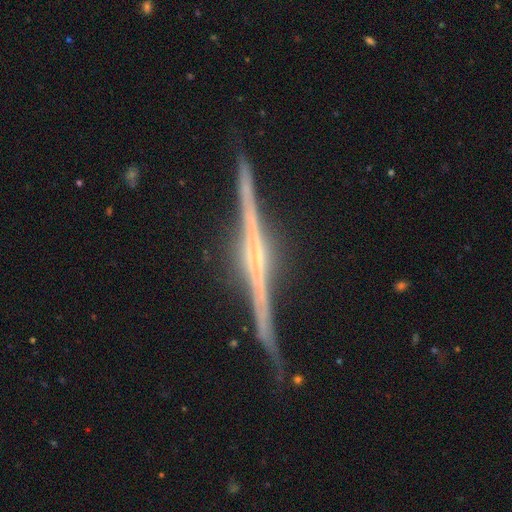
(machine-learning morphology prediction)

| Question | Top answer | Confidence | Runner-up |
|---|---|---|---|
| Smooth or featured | featured or disk | 91% | star or artifact (5%) |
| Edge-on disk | yes | 98% | no (2%) |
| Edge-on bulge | rounded | 62% | boxy (22%) |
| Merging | none | 87% | minor disturbance (9%) |